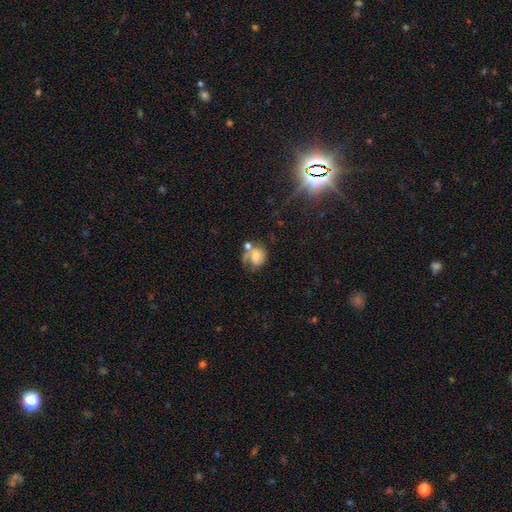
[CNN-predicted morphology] type=smooth (56%); roundness=round (51%); merging=none (29%).